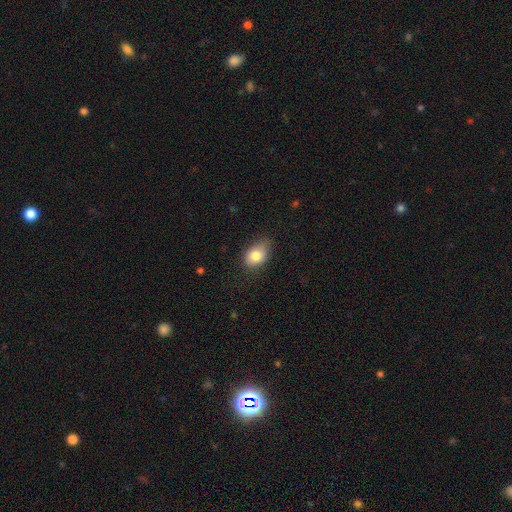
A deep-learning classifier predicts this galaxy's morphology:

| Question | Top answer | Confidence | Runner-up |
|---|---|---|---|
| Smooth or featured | smooth | 82% | featured or disk (10%) |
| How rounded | in between | 77% | round (22%) |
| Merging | none | 64% | minor disturbance (29%) |